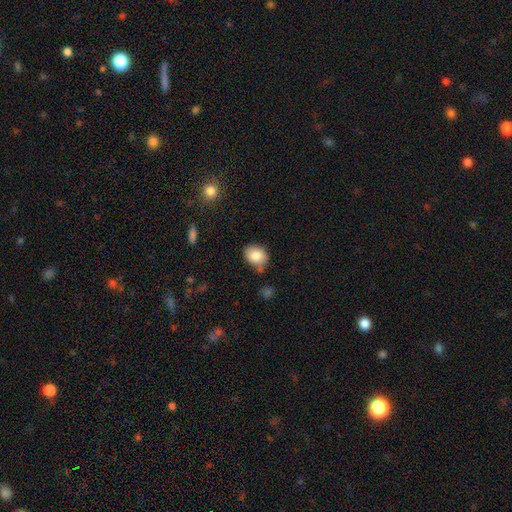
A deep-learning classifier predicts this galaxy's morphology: A smooth galaxy with no disk features (84%) that is in between round and cigar-shaped (55%).

Vote fractions:
- Smooth or featured? smooth: 84% / star or artifact: 8% / featured or disk: 8%
- How rounded? in between: 55% / round: 44% / cigar-shaped: 1%
- Merging? none: 66% / minor disturbance: 23% / merger: 6% / major disturbance: 5%